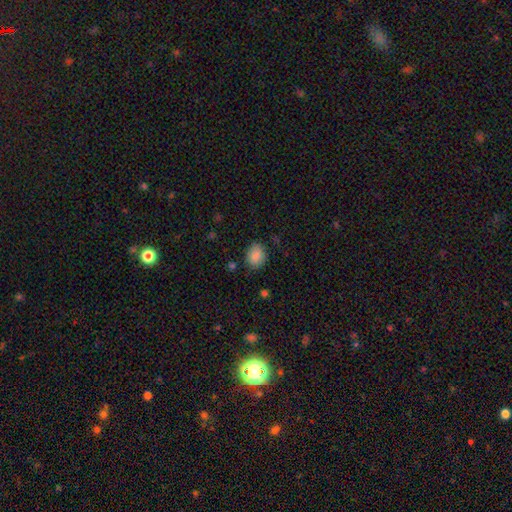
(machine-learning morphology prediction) Smooth or featured? Predicted: smooth (p=0.87). How rounded? Predicted: in between (p=0.55). Merging? Predicted: none (p=0.79).